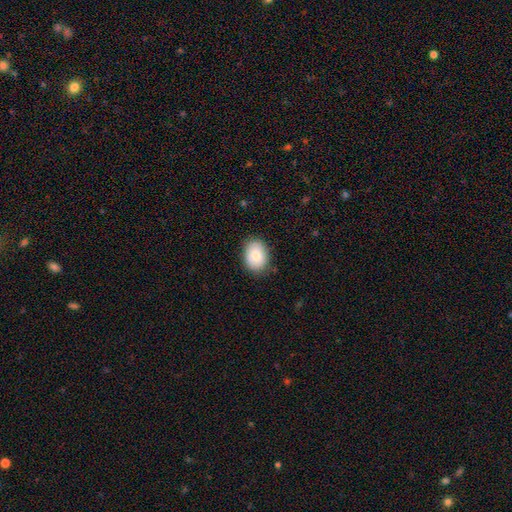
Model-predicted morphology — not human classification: smooth 79%, featured or disk 13%, star or artifact 8%. Down the decision tree: how rounded — in between (68%); merging — none (83%).